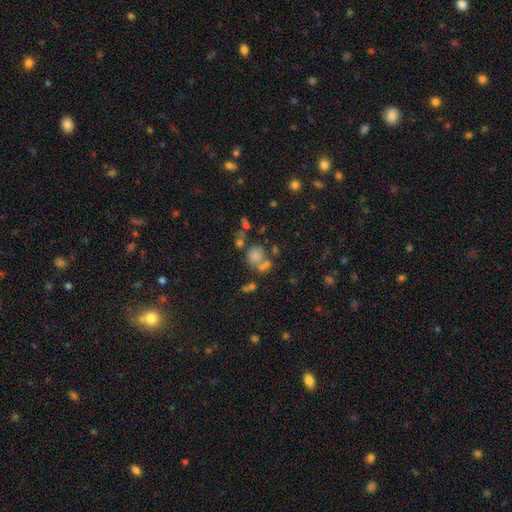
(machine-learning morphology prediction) smooth_or_featured: smooth (p=0.56) [alt: star or artifact p=0.27]
how_rounded: round (p=0.77) [alt: in between p=0.22]
merging: none (p=0.49) [alt: merger p=0.30]